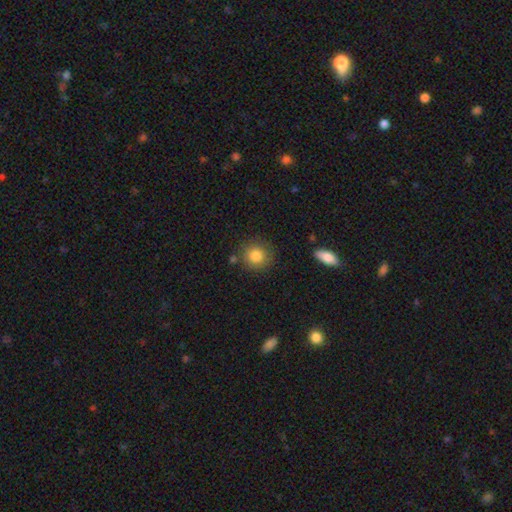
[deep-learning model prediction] Q: Smooth or featured?
A: smooth (84%); runner-up: star or artifact (9%)
Q: How rounded?
A: round (90%); runner-up: in between (9%)
Q: Merging?
A: none (81%); runner-up: minor disturbance (12%)